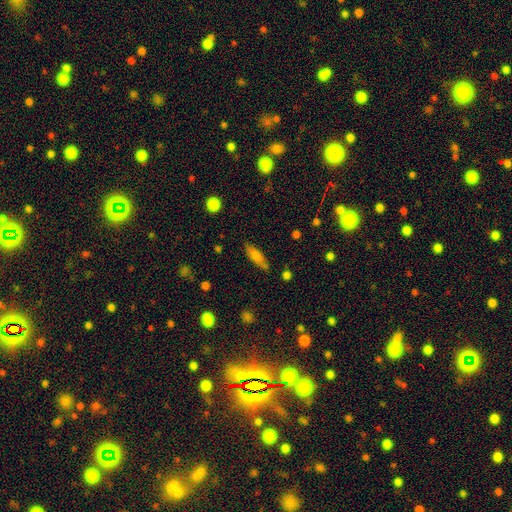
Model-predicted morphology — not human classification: Q: Smooth or featured?
A: smooth (70%); runner-up: featured or disk (23%)
Q: How rounded?
A: cigar-shaped (52%); runner-up: in between (46%)
Q: Merging?
A: none (80%); runner-up: minor disturbance (14%)